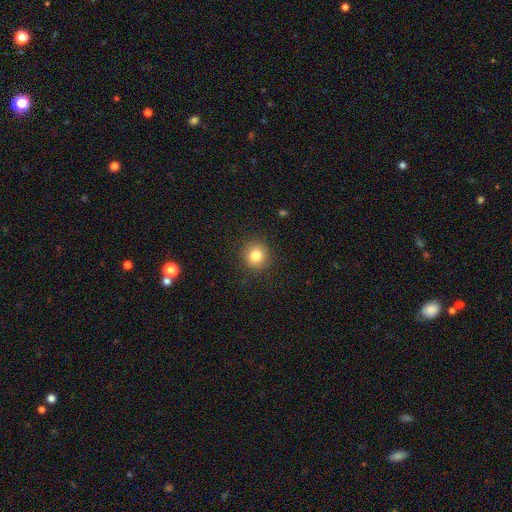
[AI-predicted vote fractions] smooth-or-featured: smooth: 82% | star or artifact: 11% | featured or disk: 6%
  how-rounded: round: 92% | in between: 7% | cigar-shaped: 1%
  merging: none: 91% | minor disturbance: 6% | major disturbance: 2% | merger: 1%